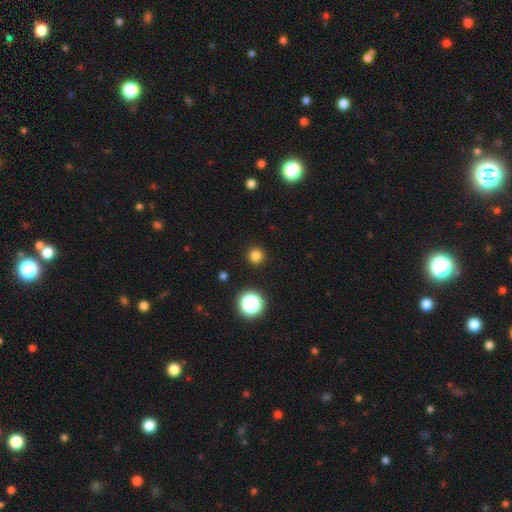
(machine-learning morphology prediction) Smooth or featured?
  - smooth: 80% *
  - star or artifact: 16%
  - featured or disk: 4%
How rounded?
  - round: 96% *
  - in between: 3%
  - cigar-shaped: 1%
Merging?
  - none: 92% *
  - minor disturbance: 4%
  - major disturbance: 2%
  - merger: 1%